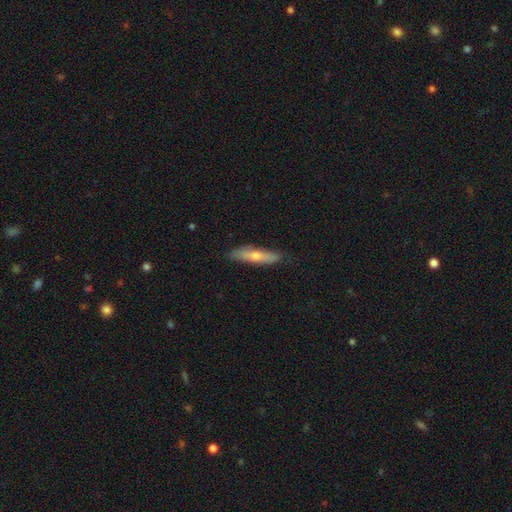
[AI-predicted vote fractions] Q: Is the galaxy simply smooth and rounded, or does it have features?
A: smooth — 56%.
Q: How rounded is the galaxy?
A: cigar-shaped — 80%.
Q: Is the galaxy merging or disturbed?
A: none — 83%.